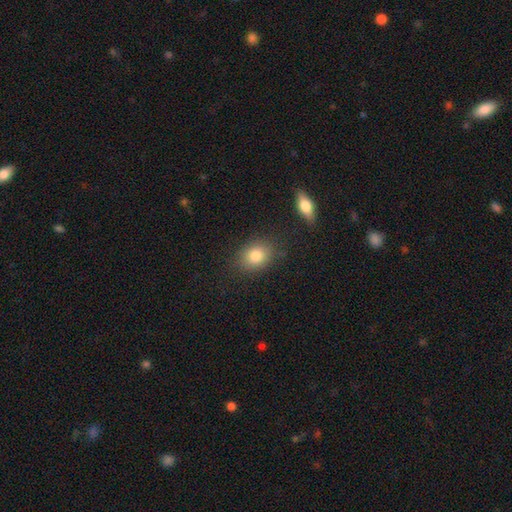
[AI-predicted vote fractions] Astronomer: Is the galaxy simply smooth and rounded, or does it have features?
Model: smooth — 81%.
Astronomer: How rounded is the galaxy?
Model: in between — 56% (runner-up: round, 43%).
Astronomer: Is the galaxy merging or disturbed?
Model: none — 82%.